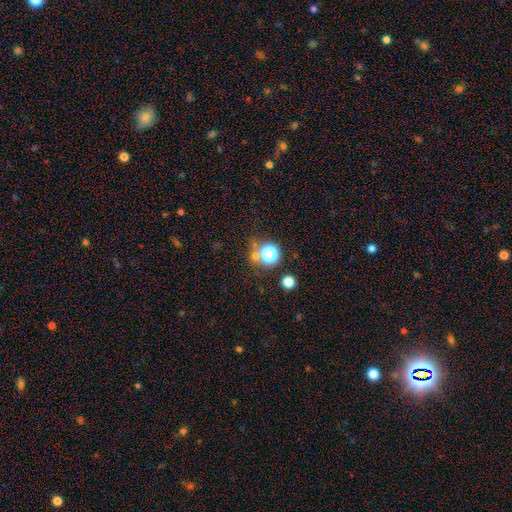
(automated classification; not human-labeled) smooth 53%, star or artifact 38%, featured or disk 9%. Down the decision tree: how rounded — round (87%); merging — none (66%).